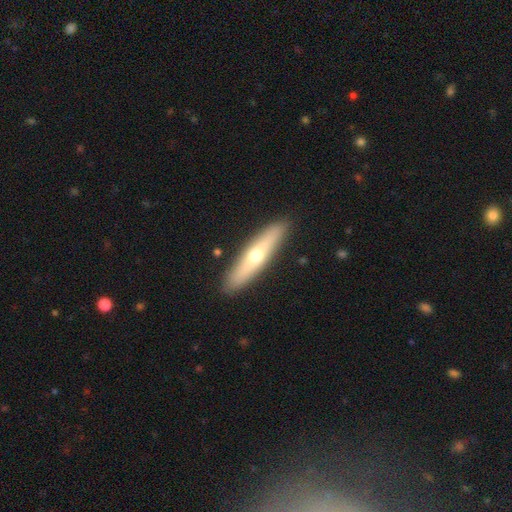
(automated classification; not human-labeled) Smooth or featured?
  - smooth: 50% *
  - featured or disk: 45%
  - star or artifact: 5%
Merging?
  - none: 90% *
  - minor disturbance: 7%
  - major disturbance: 2%
  - merger: 1%